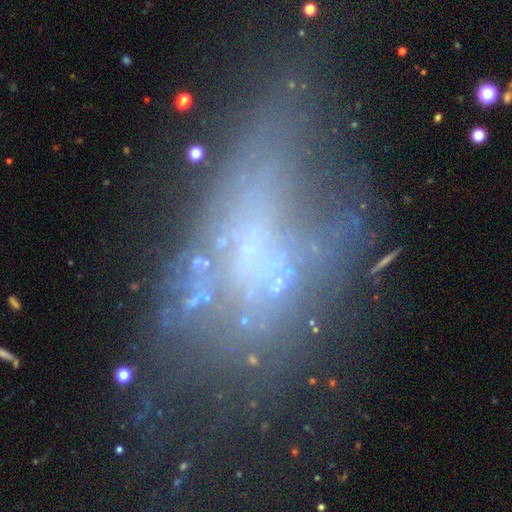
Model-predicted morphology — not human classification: The model was most divided on "merging": major disturbance: 38%, none: 31%, minor disturbance: 20%, merger: 11%. More confident: edge-on disk — no (86%); smooth or featured — featured or disk (53%).